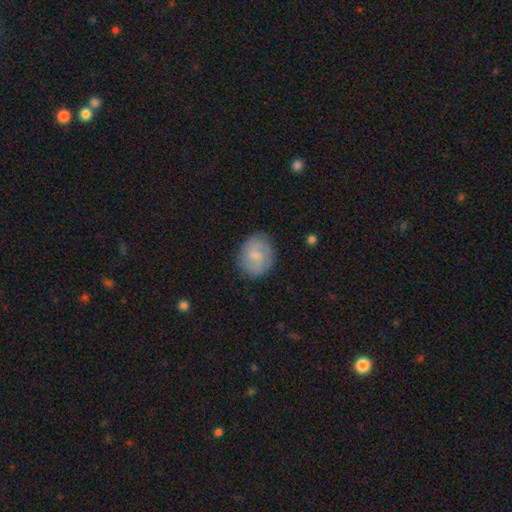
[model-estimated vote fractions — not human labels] A smooth galaxy with no disk features (59%) that is round (60%). Merging: none (82%).